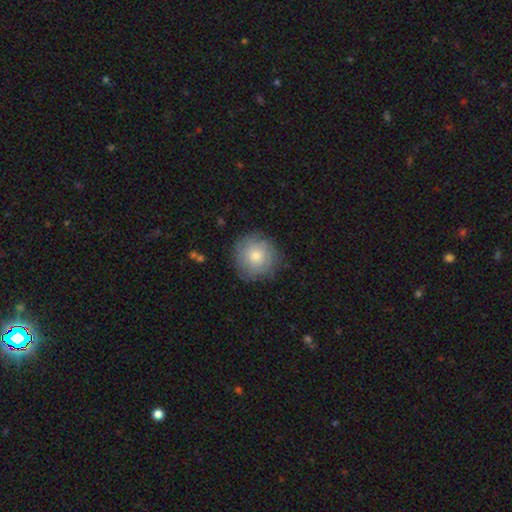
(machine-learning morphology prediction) smooth-or-featured: smooth: 66% | featured or disk: 25% | star or artifact: 9%
  how-rounded: round: 94% | in between: 5% | cigar-shaped: 1%
  merging: none: 84% | minor disturbance: 12% | major disturbance: 3% | merger: 1%